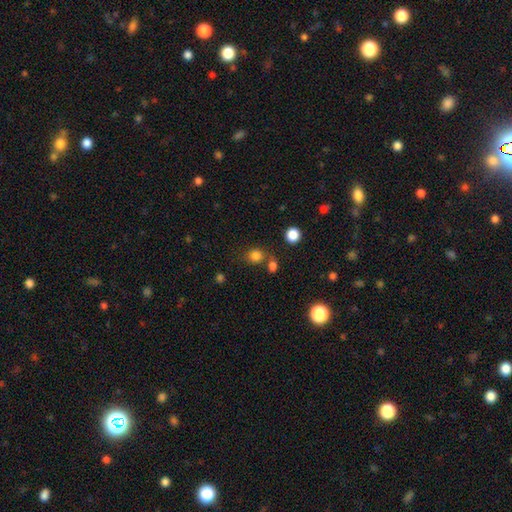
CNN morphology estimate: Smooth or featured: smooth — 80% (star or artifact — 14%)
How rounded: round — 79% (in between — 20%)
Merging: none — 67% (merger — 18%)